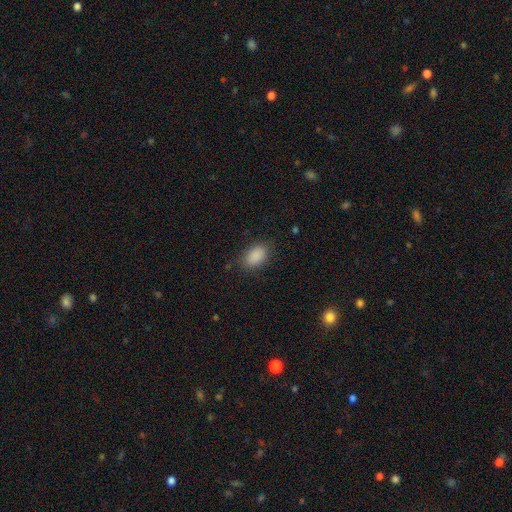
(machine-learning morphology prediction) smooth-or-featured: smooth: 89% | star or artifact: 8% | featured or disk: 4%
  how-rounded: in between: 89% | round: 10% | cigar-shaped: 2%
  merging: none: 81% | minor disturbance: 13% | major disturbance: 4% | merger: 1%